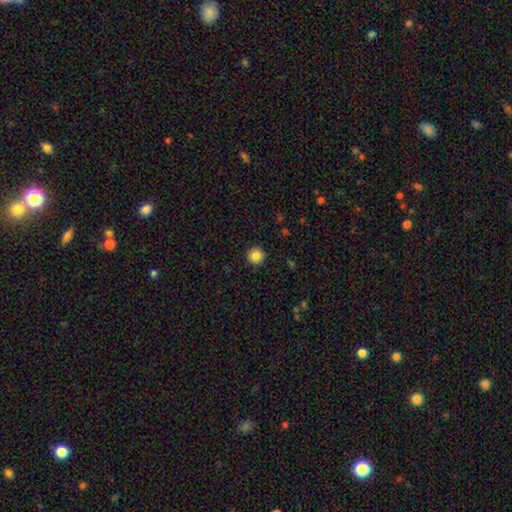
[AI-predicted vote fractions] A smooth galaxy with no disk features (85%) that is round (95%). Merging: none (92%).